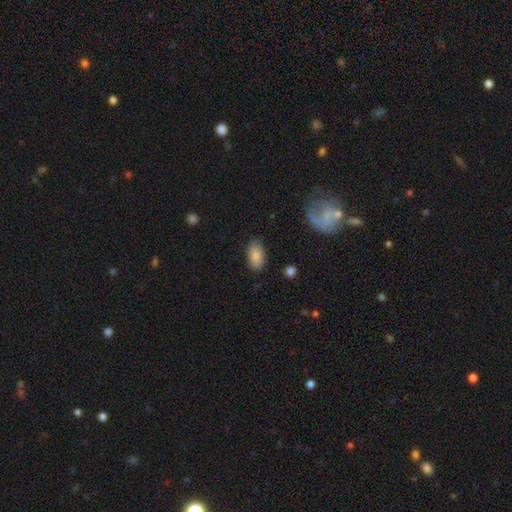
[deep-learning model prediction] smooth 86%, star or artifact 7%, featured or disk 7%. Down the decision tree: how rounded — in between (94%); merging — none (83%).